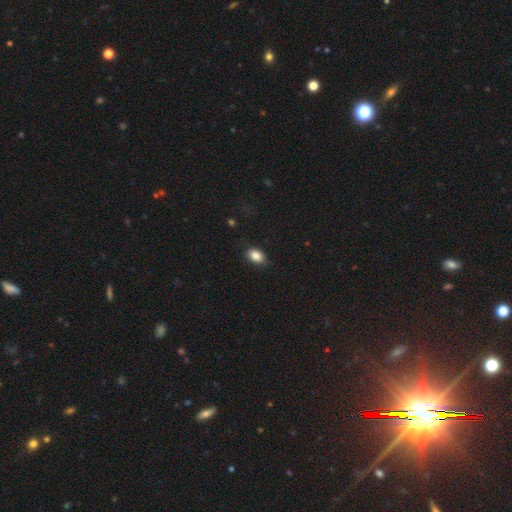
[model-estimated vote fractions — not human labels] The model was most divided on "how rounded": in between: 79%, round: 19%, cigar-shaped: 1%. More confident: smooth or featured — smooth (86%); merging — none (81%).